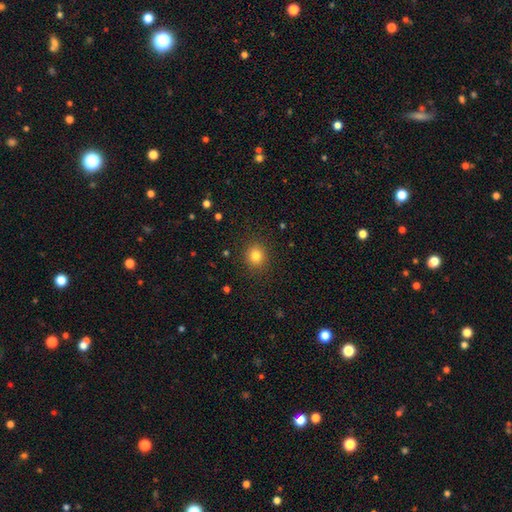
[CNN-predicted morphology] smooth_or_featured: smooth (p=0.81) [alt: star or artifact p=0.13]
how_rounded: round (p=0.83) [alt: in between p=0.16]
merging: none (p=0.89) [alt: minor disturbance p=0.07]